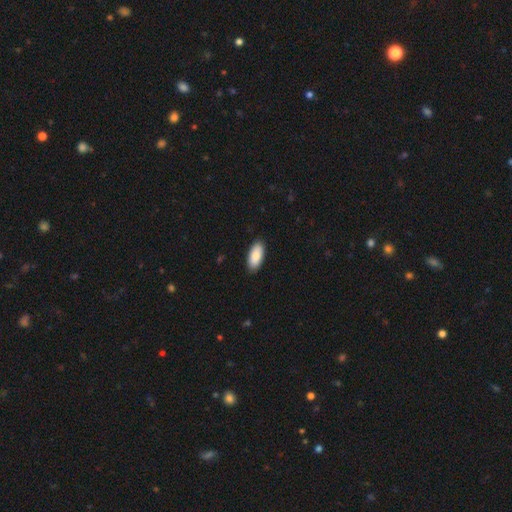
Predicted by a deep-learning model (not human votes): Q: Smooth or featured?
A: smooth (87%); runner-up: featured or disk (7%)
Q: How rounded?
A: in between (91%); runner-up: cigar-shaped (7%)
Q: Merging?
A: none (90%); runner-up: minor disturbance (8%)